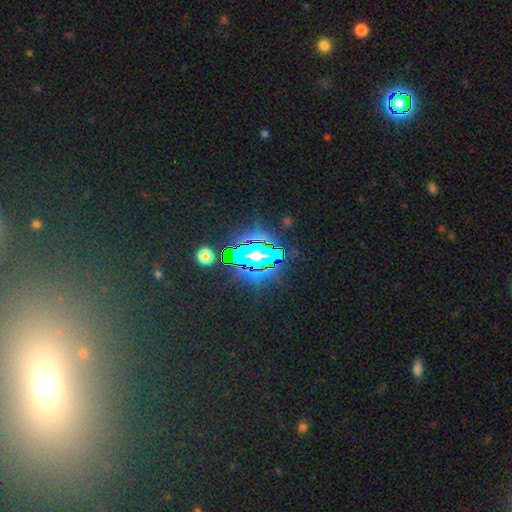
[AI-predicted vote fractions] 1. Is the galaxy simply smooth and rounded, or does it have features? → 68% star or artifact, 18% smooth, 15% featured or disk.